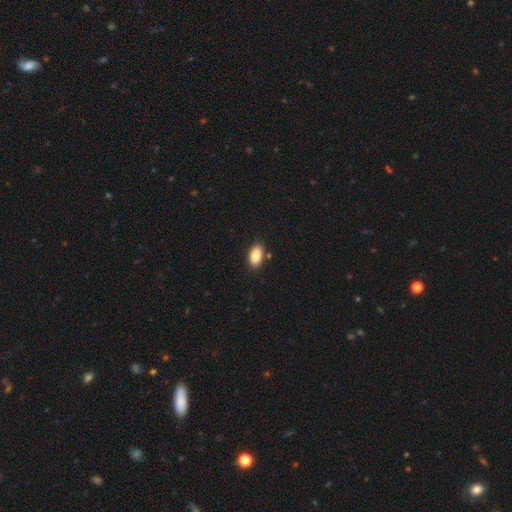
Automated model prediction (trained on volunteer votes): Smooth or featured? Predicted: smooth (p=0.87). How rounded? Predicted: in between (p=0.93). Merging? Predicted: none (p=0.85).